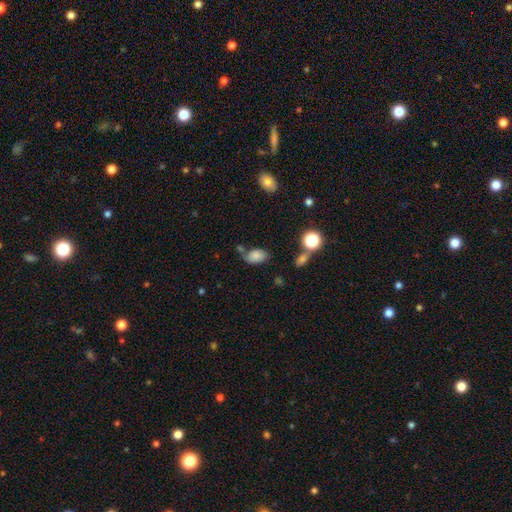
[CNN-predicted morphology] Smooth or featured: smooth — 78% (featured or disk — 11%)
How rounded: in between — 90% (round — 8%)
Merging: none — 54% (minor disturbance — 23%)